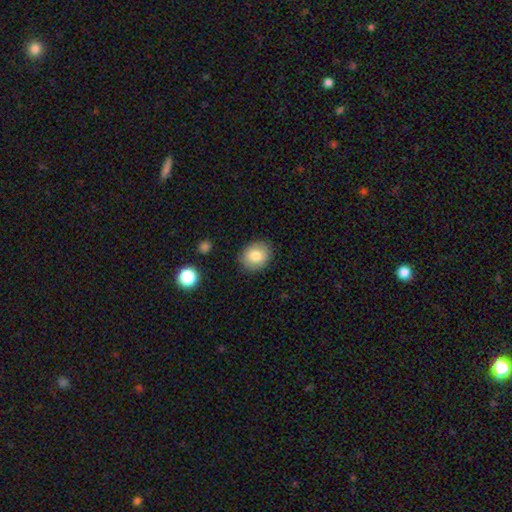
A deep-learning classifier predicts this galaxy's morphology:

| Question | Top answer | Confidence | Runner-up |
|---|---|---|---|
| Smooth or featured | smooth | 81% | featured or disk (10%) |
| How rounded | round | 58% | in between (42%) |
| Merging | none | 86% | minor disturbance (10%) |